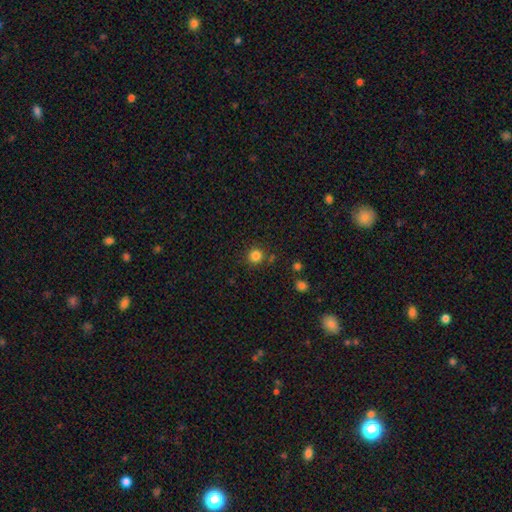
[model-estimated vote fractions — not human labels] A smooth galaxy with no disk features (83%) that is round (94%).

Vote fractions:
- Smooth or featured? smooth: 83% / star or artifact: 13% / featured or disk: 4%
- How rounded? round: 94% / in between: 6% / cigar-shaped: 1%
- Merging? none: 86% / minor disturbance: 7% / merger: 4% / major disturbance: 3%